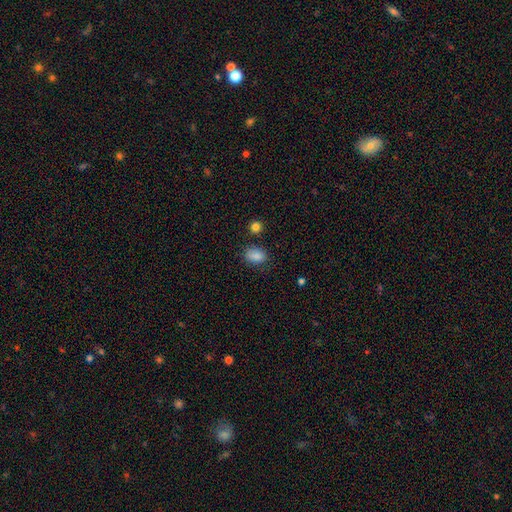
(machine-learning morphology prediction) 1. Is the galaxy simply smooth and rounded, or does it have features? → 86% smooth, 9% star or artifact, 5% featured or disk.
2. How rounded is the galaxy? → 79% in between, 19% round, 1% cigar-shaped.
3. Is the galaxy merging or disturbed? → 75% none, 17% minor disturbance, 4% major disturbance, 3% merger.